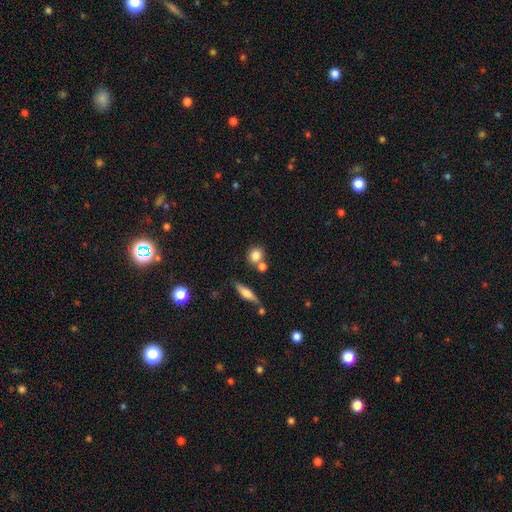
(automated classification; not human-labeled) This appears to be a smooth galaxy with no disk features (81%) that is round (69%). Merging: none (60%).